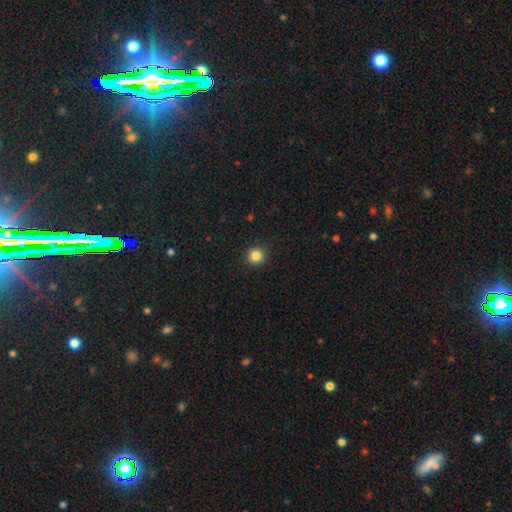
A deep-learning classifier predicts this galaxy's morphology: smooth 84%, star or artifact 12%, featured or disk 4%. Down the decision tree: how rounded — round (95%); merging — none (93%).